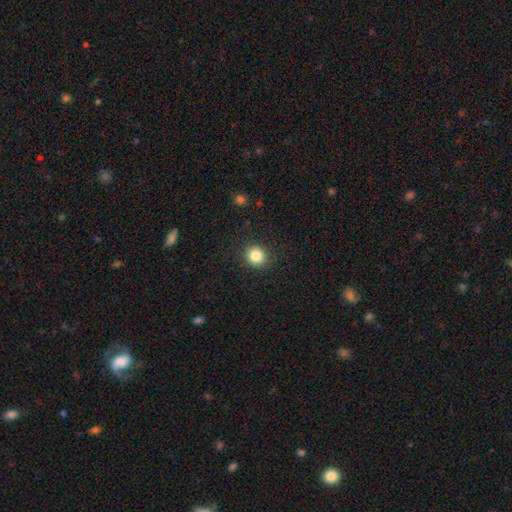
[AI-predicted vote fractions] Smooth or featured: smooth — 85% (star or artifact — 10%)
How rounded: round — 85% (in between — 14%)
Merging: none — 90% (minor disturbance — 7%)